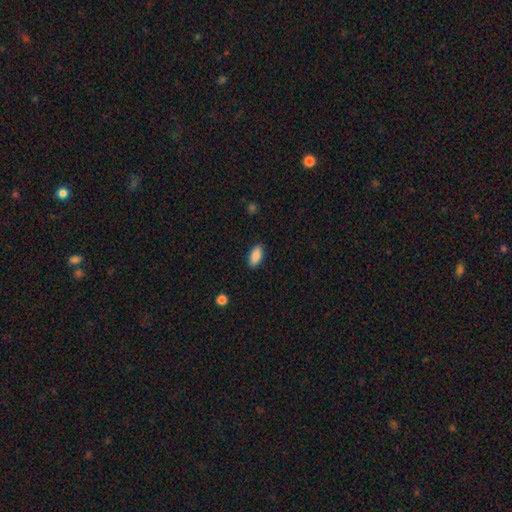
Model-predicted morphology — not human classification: type=smooth (89%); roundness=in between (89%); merging=none (88%).